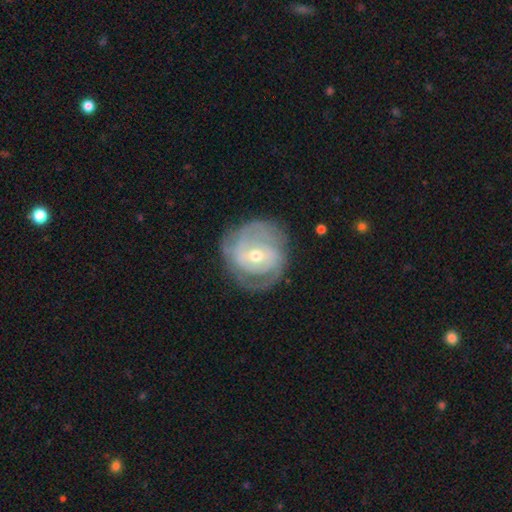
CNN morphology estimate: Q: Smooth or featured?
A: featured or disk (77%); runner-up: smooth (17%)
Q: Edge-on disk?
A: no (97%); runner-up: yes (3%)
Q: Bar?
A: weak (42%); runner-up: no (41%)
Q: Spiral arms?
A: yes (87%); runner-up: no (13%)
Q: Spiral winding?
A: tight (55%); runner-up: medium (34%)
Q: Spiral arm count?
A: 2 (48%); runner-up: can't tell (28%)
Q: Bulge size?
A: moderate (50%); runner-up: small (46%)
Q: Merging?
A: none (72%); runner-up: minor disturbance (18%)